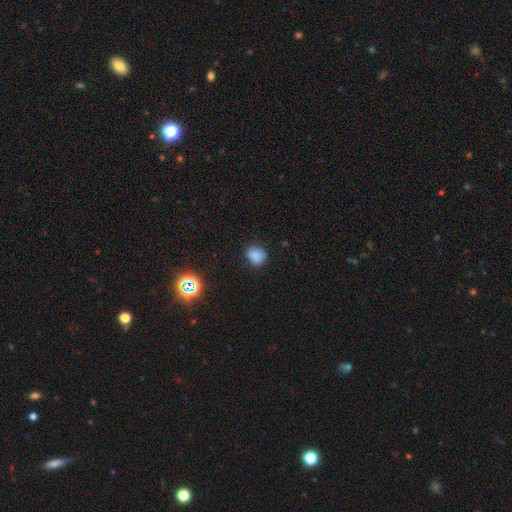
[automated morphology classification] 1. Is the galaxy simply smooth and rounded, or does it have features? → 83% smooth, 13% star or artifact, 4% featured or disk.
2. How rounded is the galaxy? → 68% round, 31% in between, 1% cigar-shaped.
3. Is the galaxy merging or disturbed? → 78% none, 16% minor disturbance, 4% major disturbance, 1% merger.